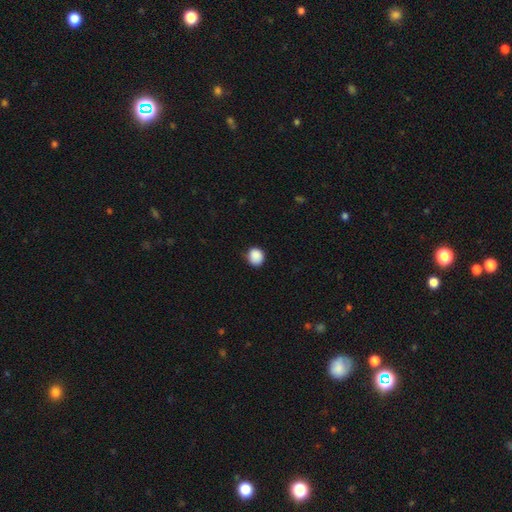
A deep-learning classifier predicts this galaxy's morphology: Q: Smooth or featured?
A: smooth (89%); runner-up: star or artifact (9%)
Q: How rounded?
A: round (80%); runner-up: in between (19%)
Q: Merging?
A: none (81%); runner-up: minor disturbance (15%)